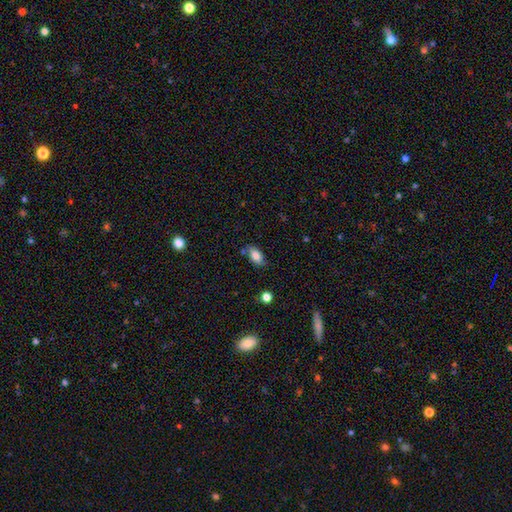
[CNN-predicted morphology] type=smooth (80%); roundness=in between (90%); merging=none (76%).